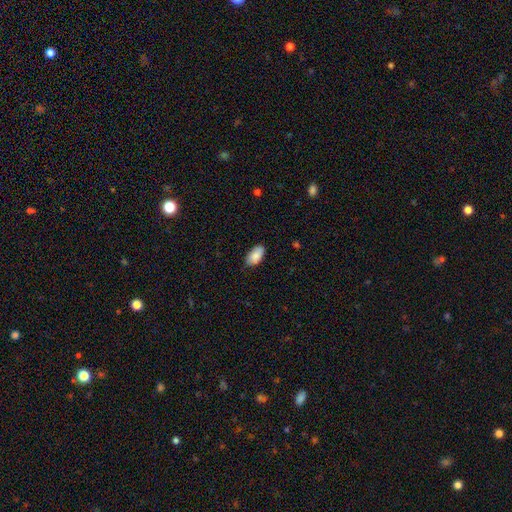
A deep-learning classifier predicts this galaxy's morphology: This appears to be a smooth galaxy with no disk features (87%) that is in between round and cigar-shaped (94%). Merging: none (77%).